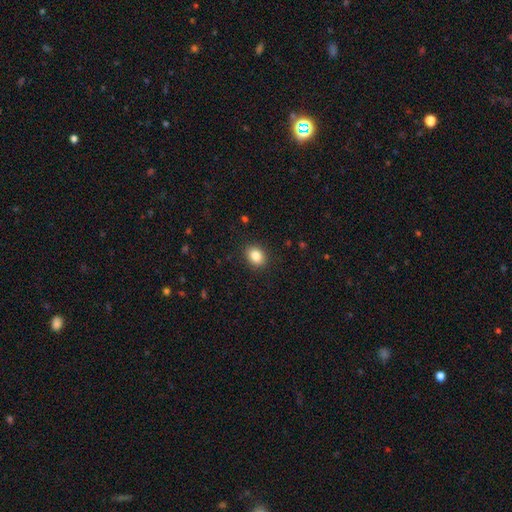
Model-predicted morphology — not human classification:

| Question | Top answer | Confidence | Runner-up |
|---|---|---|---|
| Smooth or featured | smooth | 85% | star or artifact (10%) |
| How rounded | round | 51% | in between (48%) |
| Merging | none | 90% | minor disturbance (7%) |